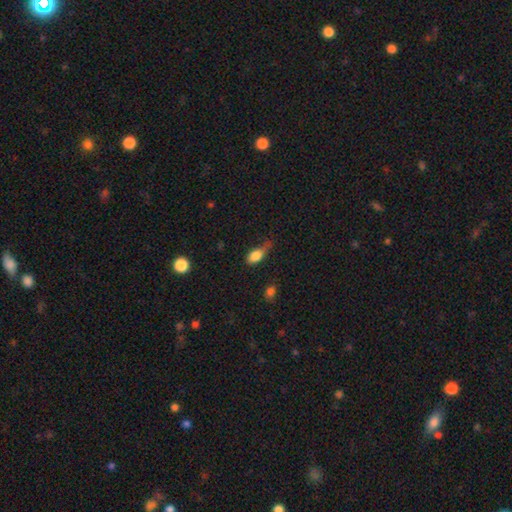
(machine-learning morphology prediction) This appears to be a smooth galaxy with no disk features (82%) that is in between round and cigar-shaped (83%). Merging: minor disturbance (41%).